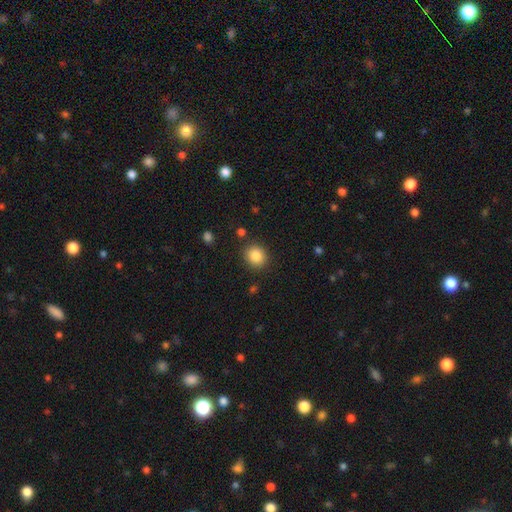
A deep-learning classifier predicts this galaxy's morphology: This is clearly a smooth galaxy (87%). How rounded: likely round (76%). Merging: clearly none (87%).